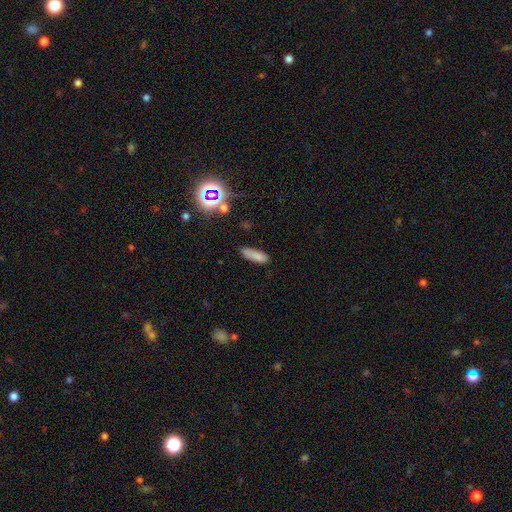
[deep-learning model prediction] The model was most divided on "how rounded": in between: 50%, cigar-shaped: 48%, round: 2%. More confident: smooth or featured — smooth (80%); merging — none (74%).